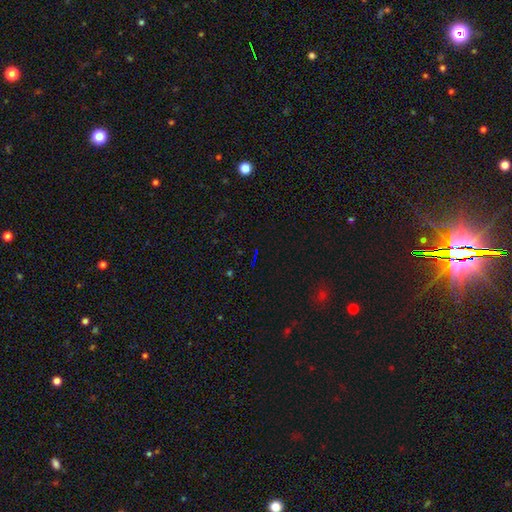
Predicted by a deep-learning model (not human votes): Morphology: type=star or artifact (75%).